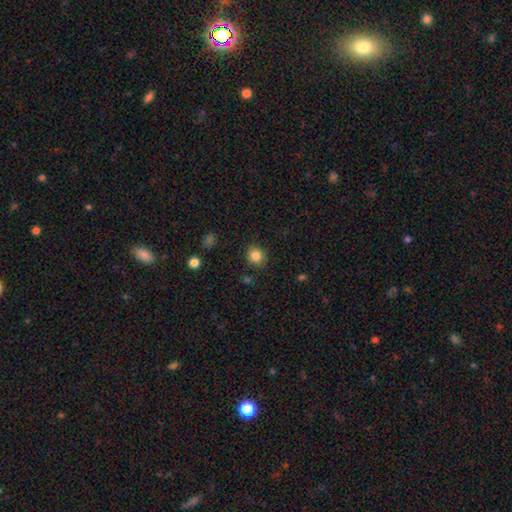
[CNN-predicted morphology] Overall: smooth (84%). How rounded: round (81%). Merging: none (88%).